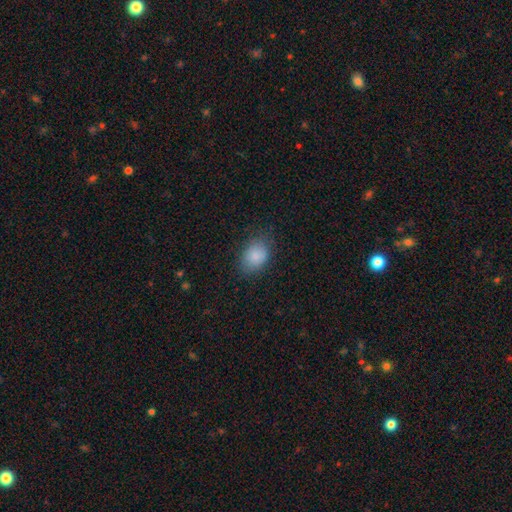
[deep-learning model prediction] This appears to be a smooth galaxy with no disk features (85%) that is in between round and cigar-shaped (65%). Merging: none (76%).